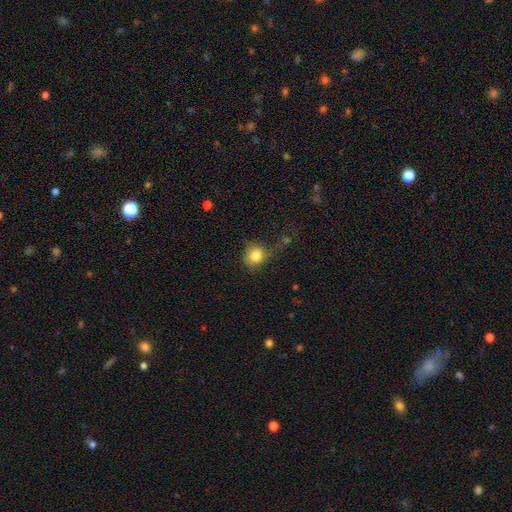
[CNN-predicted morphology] This appears to be a smooth galaxy with no disk features (82%) that is round (78%). Merging: none (54%).